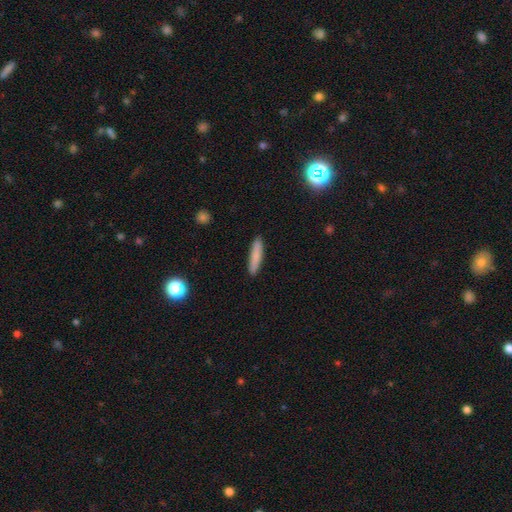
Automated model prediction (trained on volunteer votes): The model was most divided on "smooth or featured": smooth: 83%, featured or disk: 10%, star or artifact: 7%. More confident: merging — none (90%); how rounded — cigar-shaped (88%).